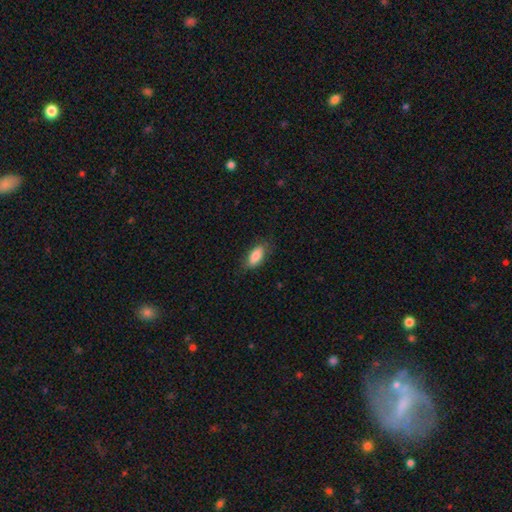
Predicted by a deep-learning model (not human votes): Smooth or featured? smooth (85%)
How rounded? in between (85%)
Merging? none (77%)